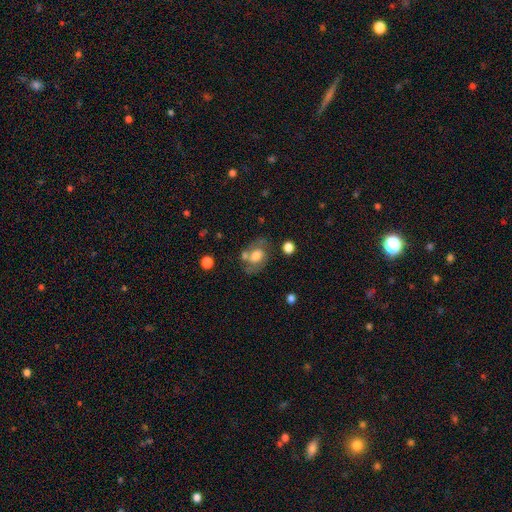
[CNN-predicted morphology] Overall: smooth (51%; featured or disk 40%). How rounded: in between (66%; round 32%). Merging: none (51%; minor disturbance 21%).